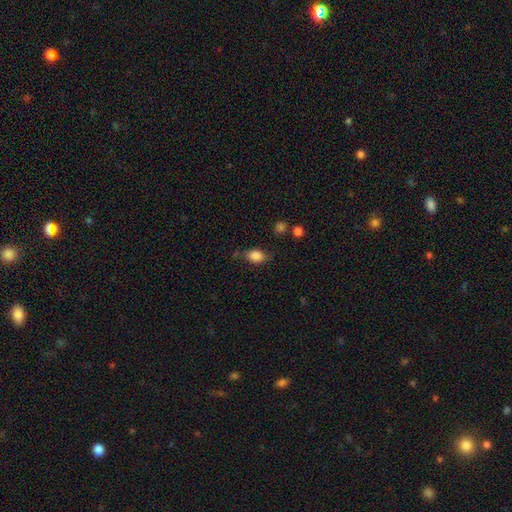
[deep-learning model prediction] This appears to be a smooth galaxy with no disk features (84%) that is in between round and cigar-shaped (78%). Merging: none (72%).